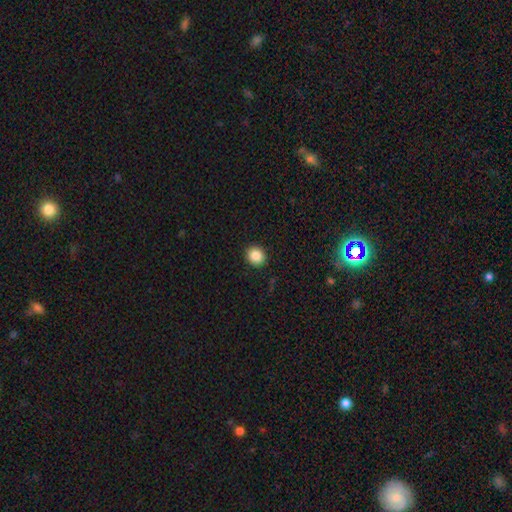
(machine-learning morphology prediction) type=smooth (87%); roundness=round (81%); merging=none (92%).